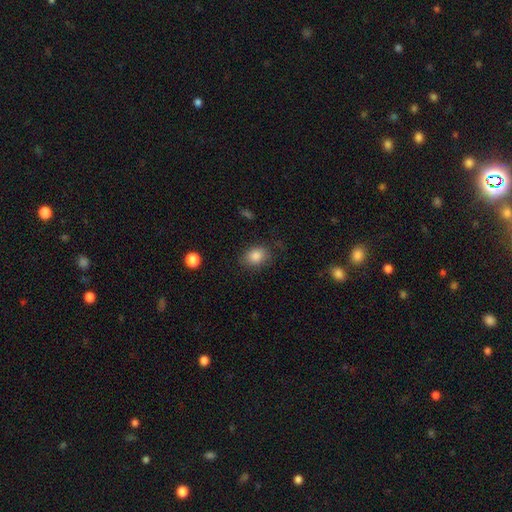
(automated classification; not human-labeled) Smooth or featured: smooth — 85% (star or artifact — 9%)
How rounded: in between — 60% (round — 39%)
Merging: none — 77% (minor disturbance — 16%)